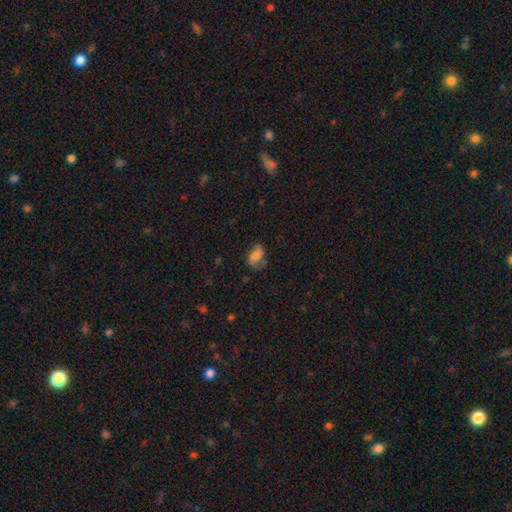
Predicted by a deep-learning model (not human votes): Morphology: type=smooth (58%); roundness=in between (83%); merging=none (53%).